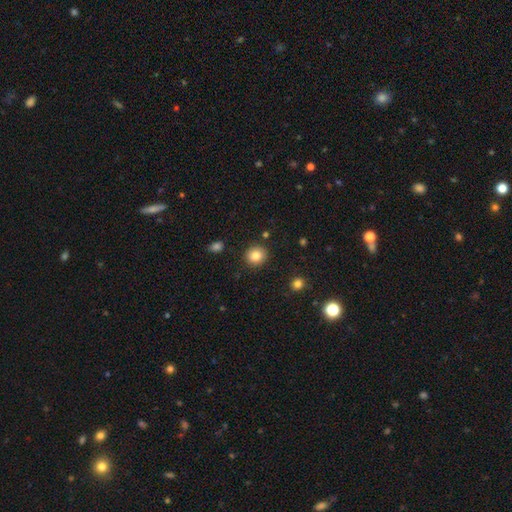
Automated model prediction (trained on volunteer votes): Smooth or featured? Predicted: smooth (p=0.83). How rounded? Predicted: round (p=0.87). Merging? Predicted: none (p=0.90).